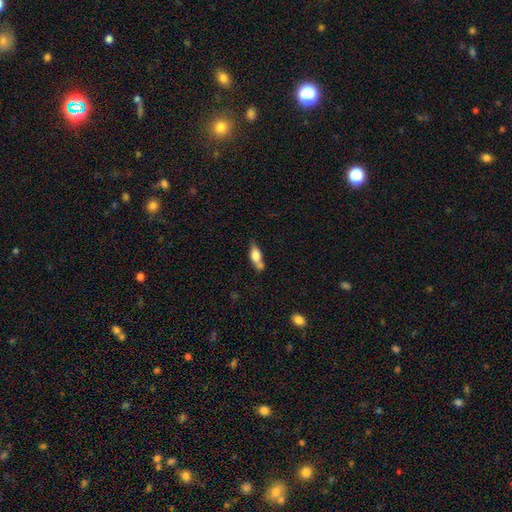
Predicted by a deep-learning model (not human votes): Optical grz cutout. It shows a smooth galaxy with no disk features (65%) that is in between round and cigar-shaped (65%). Merging: none (44%).